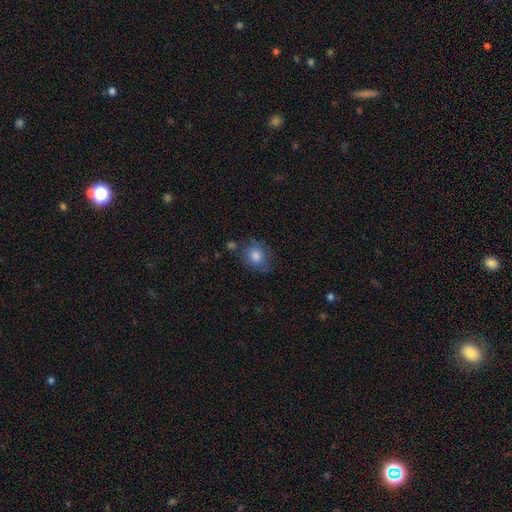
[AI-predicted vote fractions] smooth-or-featured: smooth: 79% | featured or disk: 12% | star or artifact: 9%
  how-rounded: round: 69% | in between: 30% | cigar-shaped: 1%
  merging: none: 67% | minor disturbance: 21% | major disturbance: 7% | merger: 6%